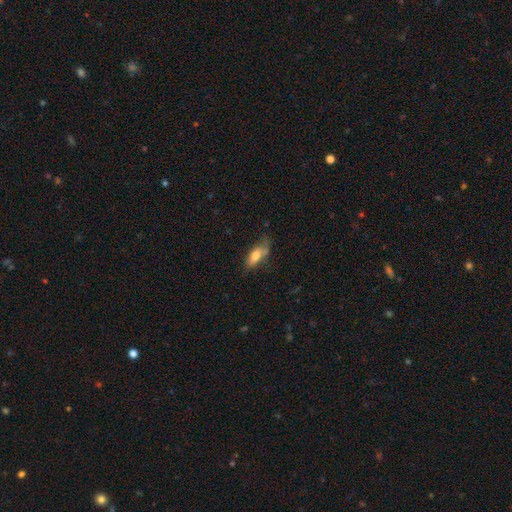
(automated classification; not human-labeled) A smooth galaxy with no disk features (70%) that is in between round and cigar-shaped (70%).

Vote fractions:
- Smooth or featured? smooth: 70% / featured or disk: 23% / star or artifact: 7%
- How rounded? in between: 70% / cigar-shaped: 27% / round: 3%
- Merging? none: 48% / minor disturbance: 32% / major disturbance: 15% / merger: 6%